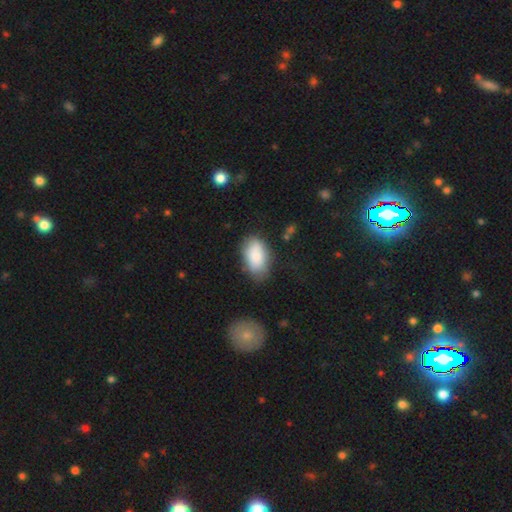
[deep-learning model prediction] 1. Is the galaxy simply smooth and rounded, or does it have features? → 83% smooth, 10% featured or disk, 6% star or artifact.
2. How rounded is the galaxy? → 93% in between, 5% round, 2% cigar-shaped.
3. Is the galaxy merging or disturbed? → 69% none, 21% minor disturbance, 6% major disturbance, 3% merger.